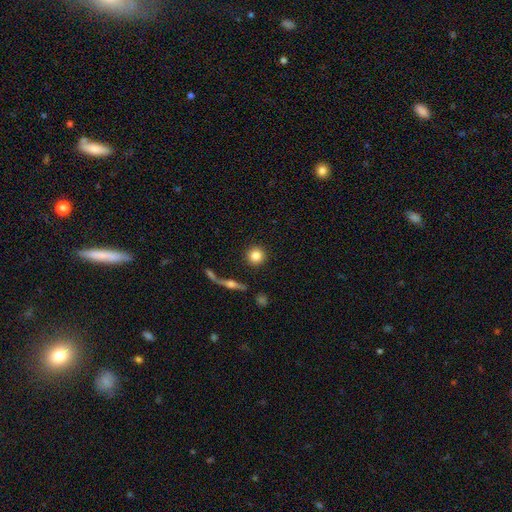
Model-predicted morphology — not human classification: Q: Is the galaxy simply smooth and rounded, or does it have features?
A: smooth — 82%.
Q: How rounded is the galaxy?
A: round — 94%.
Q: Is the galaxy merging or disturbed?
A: none — 88%.